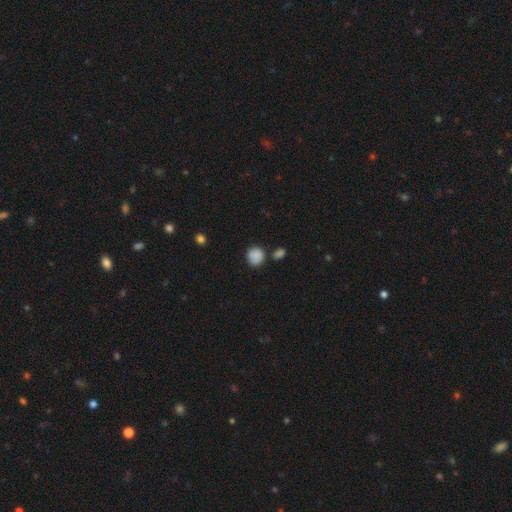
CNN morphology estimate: smooth 84%, star or artifact 9%, featured or disk 6%. Down the decision tree: how rounded — round (80%); merging — none (67%).